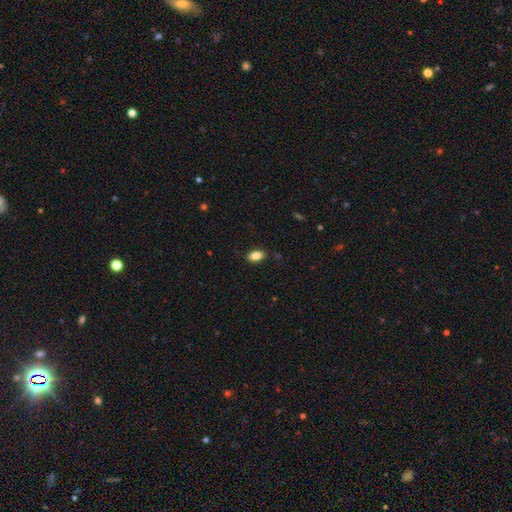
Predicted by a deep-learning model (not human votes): Smooth or featured? Predicted: smooth (p=0.85). How rounded? Predicted: in between (p=0.90). Merging? Predicted: none (p=0.87).